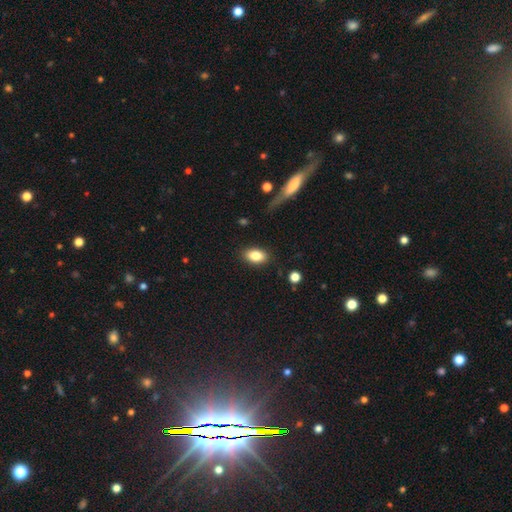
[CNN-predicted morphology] This appears to be a smooth galaxy with no disk features (84%) that is in between round and cigar-shaped (89%). Merging: none (86%).